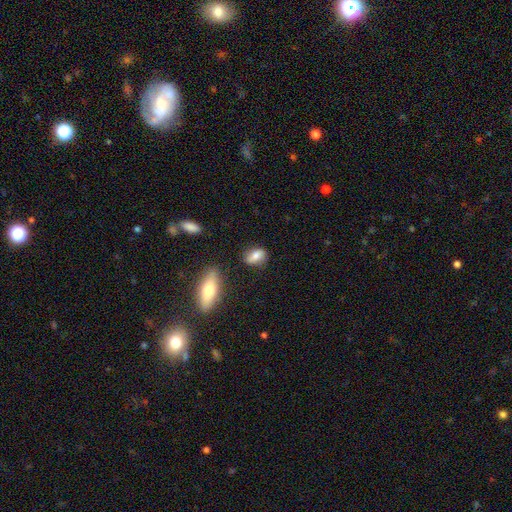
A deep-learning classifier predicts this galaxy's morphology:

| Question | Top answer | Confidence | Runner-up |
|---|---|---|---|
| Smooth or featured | smooth | 77% | featured or disk (14%) |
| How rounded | in between | 79% | round (16%) |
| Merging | none | 74% | minor disturbance (18%) |